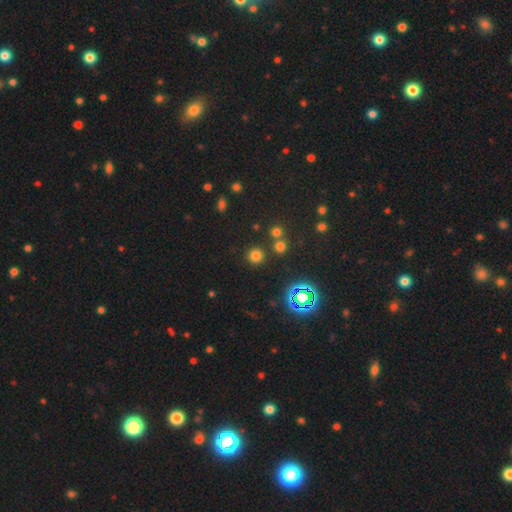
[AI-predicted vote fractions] A smooth galaxy with no disk features (69%) that is round (93%).

Vote fractions:
- Smooth or featured? smooth: 69% / star or artifact: 25% / featured or disk: 5%
- How rounded? round: 93% / in between: 6% / cigar-shaped: 1%
- Merging? none: 82% / merger: 9% / minor disturbance: 6% / major disturbance: 3%